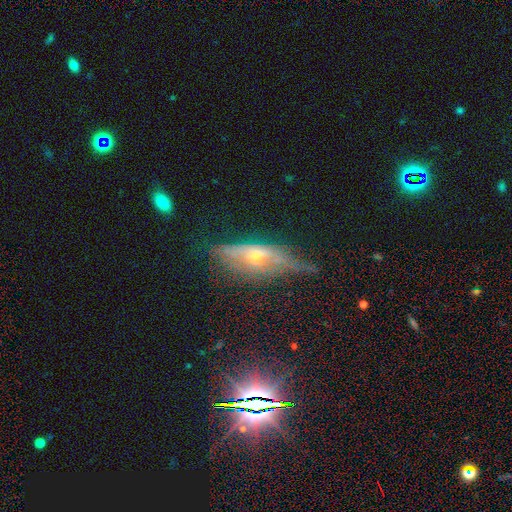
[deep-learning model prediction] Morphology: type=featured or disk (67%); edge-on=yes (80%); edge-on bulge=rounded (87%); merging=none (66%).